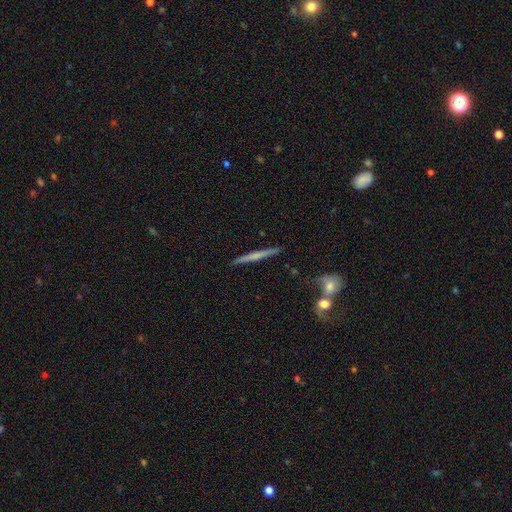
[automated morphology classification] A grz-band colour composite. It shows a featured or disk galaxy (50%) viewed edge-on (96%). Merging: none (87%).